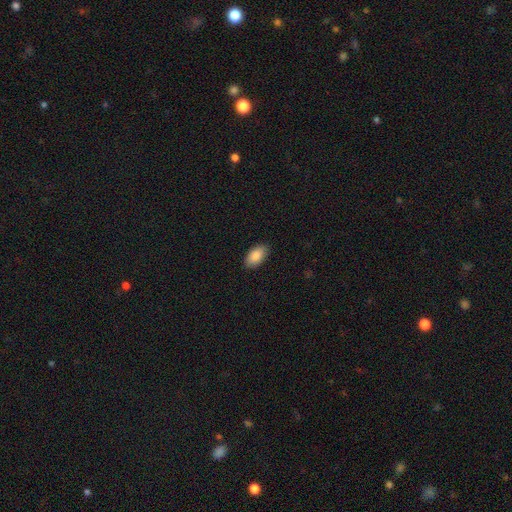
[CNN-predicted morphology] Overall: smooth (88%). How rounded: in between (95%). Merging: none (88%).